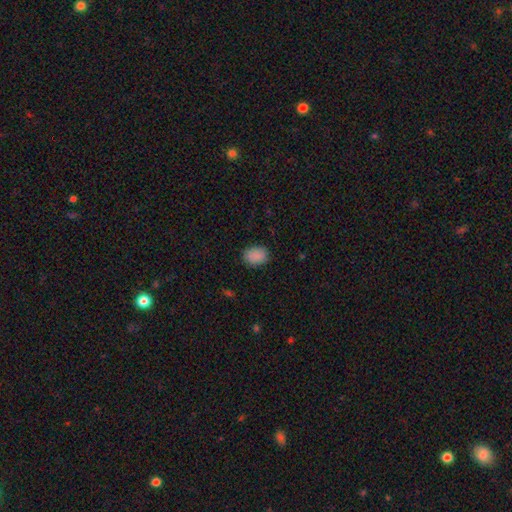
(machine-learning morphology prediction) This appears to be a smooth galaxy with no disk features (88%) that is in between round and cigar-shaped (66%). Merging: none (86%).